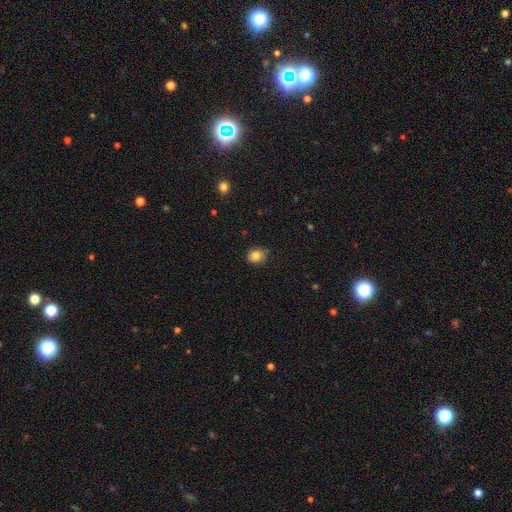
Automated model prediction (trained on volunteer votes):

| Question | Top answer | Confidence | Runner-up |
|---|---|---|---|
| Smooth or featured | smooth | 84% | star or artifact (10%) |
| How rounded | round | 60% | in between (39%) |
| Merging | none | 79% | minor disturbance (17%) |